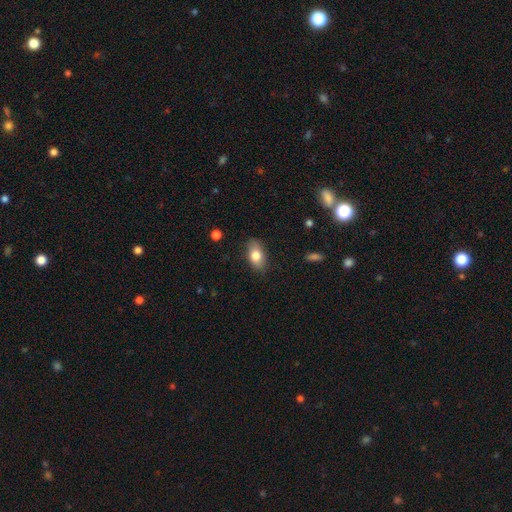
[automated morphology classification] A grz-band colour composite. It shows a smooth galaxy with no disk features (81%) that is in between round and cigar-shaped (90%). Merging: none (83%).